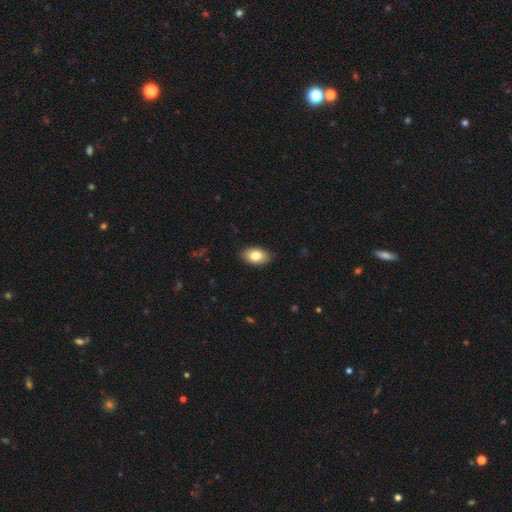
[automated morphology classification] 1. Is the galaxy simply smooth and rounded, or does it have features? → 82% smooth, 11% featured or disk, 7% star or artifact.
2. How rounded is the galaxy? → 91% in between, 8% round, 1% cigar-shaped.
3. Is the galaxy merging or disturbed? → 87% none, 11% minor disturbance, 2% major disturbance, 1% merger.